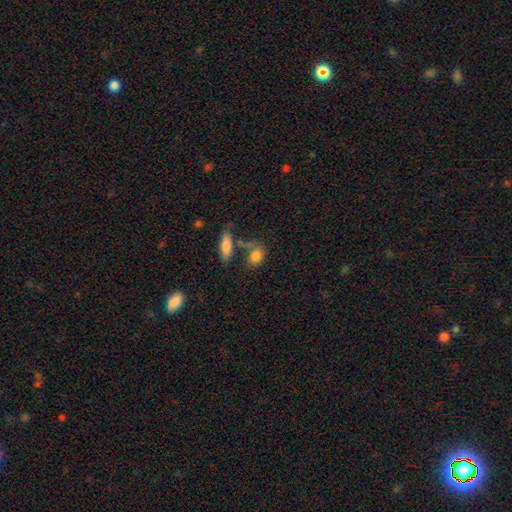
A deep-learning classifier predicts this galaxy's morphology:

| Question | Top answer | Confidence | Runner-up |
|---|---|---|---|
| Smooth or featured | smooth | 81% | featured or disk (11%) |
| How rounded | in between | 69% | round (25%) |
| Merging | none | 46% | merger (28%) |